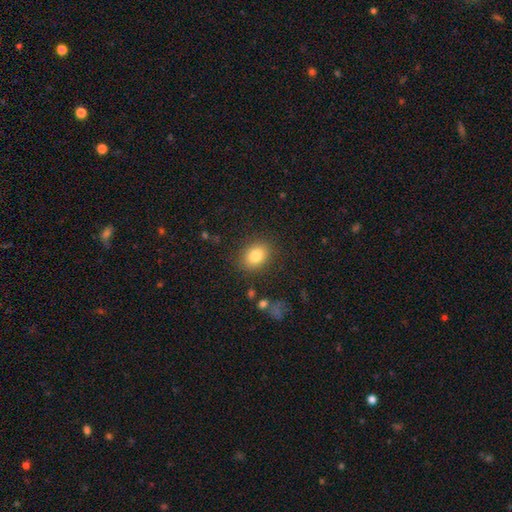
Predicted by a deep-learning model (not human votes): Morphology: type=smooth (83%); roundness=in between (57%); merging=none (85%).